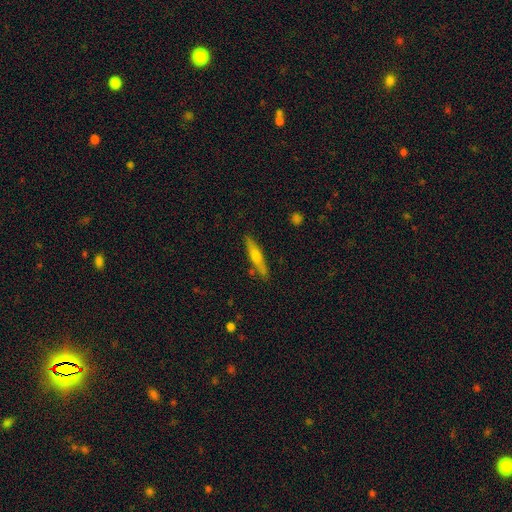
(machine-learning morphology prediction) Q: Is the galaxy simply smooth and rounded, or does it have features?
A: smooth — 47%, tied with featured or disk.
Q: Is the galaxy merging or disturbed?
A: none — 85%.